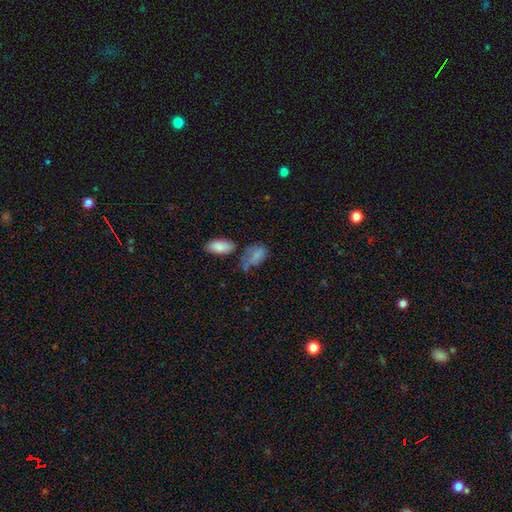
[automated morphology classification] smooth 75%, featured or disk 14%, star or artifact 10%. Down the decision tree: how rounded — in between (89%); merging — none (36%).